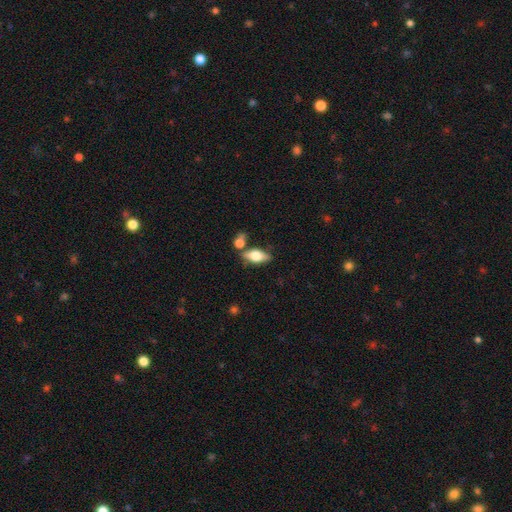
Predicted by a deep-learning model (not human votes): Smooth or featured?
  - smooth: 61% *
  - featured or disk: 32%
  - star or artifact: 7%
How rounded?
  - in between: 80% *
  - cigar-shaped: 15%
  - round: 5%
Merging?
  - none: 62% *
  - merger: 20%
  - minor disturbance: 14%
  - major disturbance: 5%